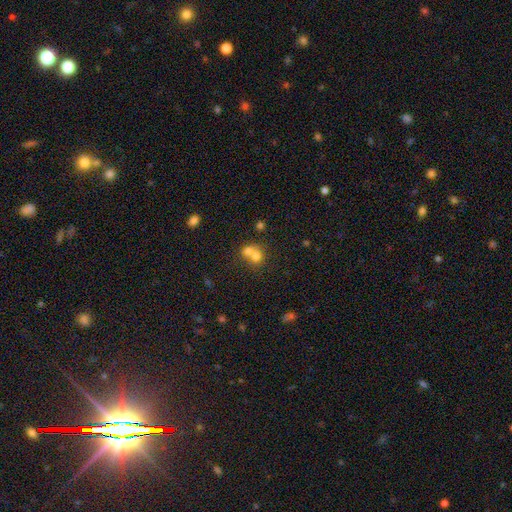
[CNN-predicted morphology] A smooth galaxy with no disk features (70%) that is round (76%). Merging: merger (66%).